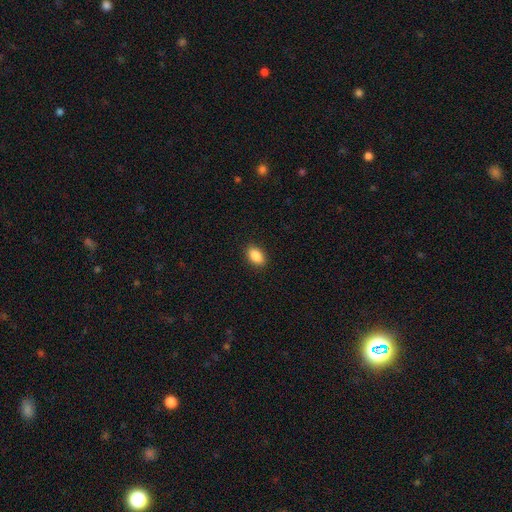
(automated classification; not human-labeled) smooth_or_featured: smooth (p=0.89) [alt: star or artifact p=0.08]
how_rounded: in between (p=0.90) [alt: round p=0.08]
merging: none (p=0.90) [alt: minor disturbance p=0.07]